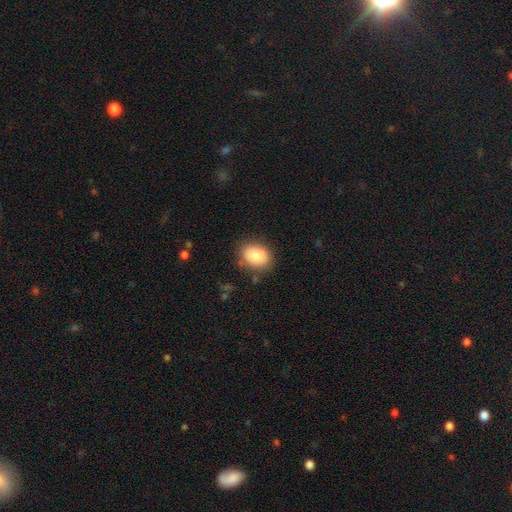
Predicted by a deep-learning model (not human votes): Smooth or featured?
  - smooth: 84% *
  - featured or disk: 9%
  - star or artifact: 7%
How rounded?
  - in between: 64% *
  - round: 35%
  - cigar-shaped: 1%
Merging?
  - none: 79% *
  - minor disturbance: 15%
  - major disturbance: 4%
  - merger: 2%